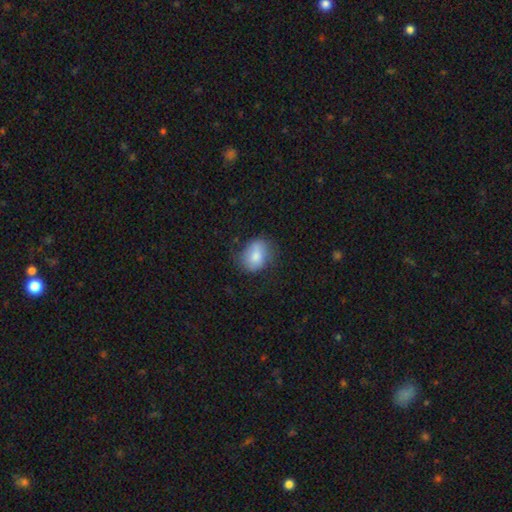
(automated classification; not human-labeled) The model was most divided on "how rounded": in between: 62%, round: 37%, cigar-shaped: 1%. More confident: smooth or featured — smooth (74%); merging — none (61%).